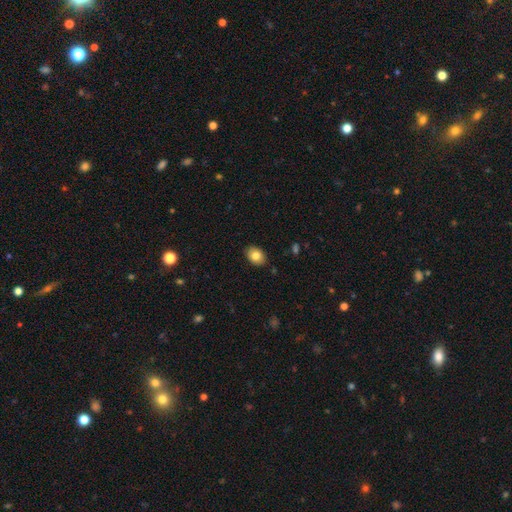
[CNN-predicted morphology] This appears to be a smooth galaxy with no disk features (83%) that is in between round and cigar-shaped (77%). Merging: none (88%).